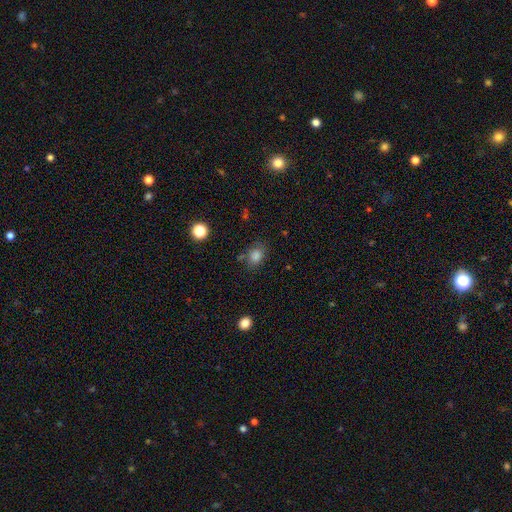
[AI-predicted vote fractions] smooth_or_featured: smooth (p=0.82) [alt: star or artifact p=0.12]
how_rounded: in between (p=0.58) [alt: round p=0.40]
merging: none (p=0.73) [alt: minor disturbance p=0.17]